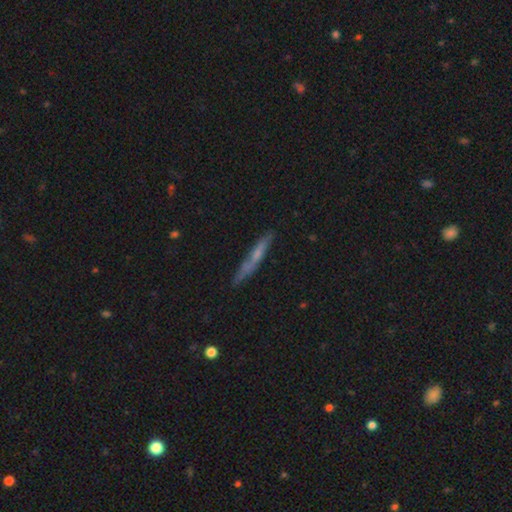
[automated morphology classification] A featured or disk galaxy (46%).

Vote fractions:
- Smooth or featured? featured or disk: 46% / smooth: 45% / star or artifact: 8%
- Merging? none: 79% / minor disturbance: 16% / major disturbance: 3% / merger: 3%